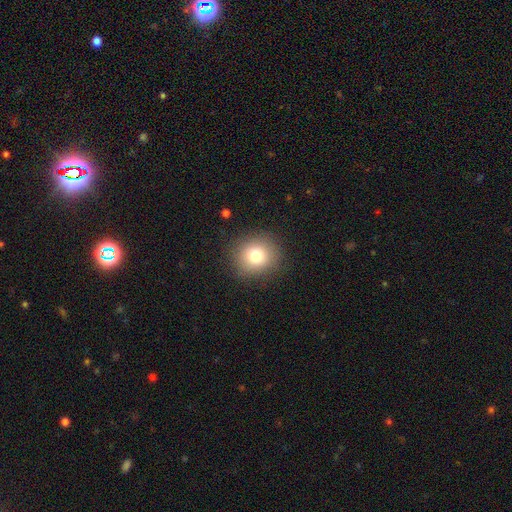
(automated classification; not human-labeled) Q: Smooth or featured?
A: smooth (78%); runner-up: star or artifact (12%)
Q: How rounded?
A: round (85%); runner-up: in between (14%)
Q: Merging?
A: none (88%); runner-up: minor disturbance (8%)